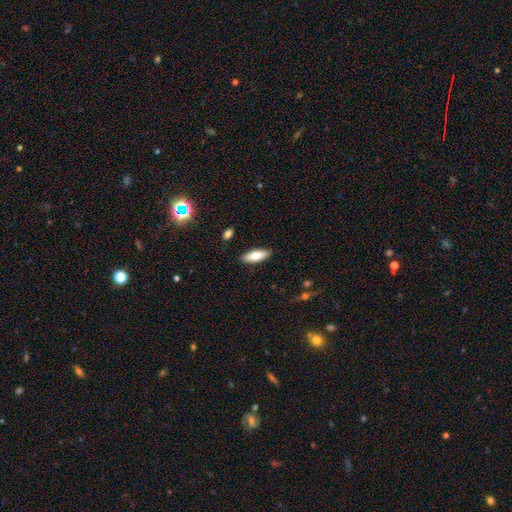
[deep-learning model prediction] Smooth or featured? Predicted: smooth (p=0.76). How rounded? Predicted: in between (p=0.70). Merging? Predicted: none (p=0.88).